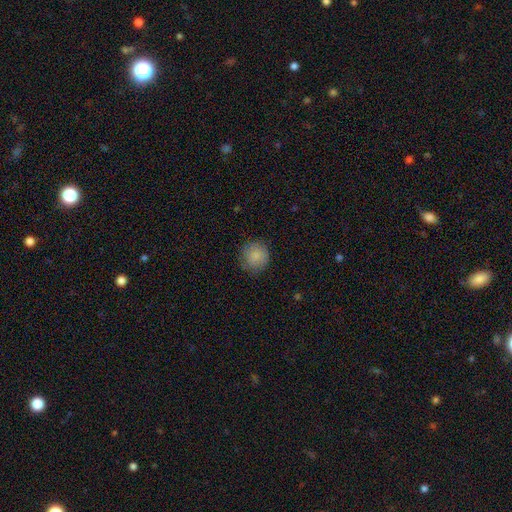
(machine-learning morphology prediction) smooth_or_featured: smooth (p=0.86) [alt: star or artifact p=0.08]
how_rounded: round (p=0.91) [alt: in between p=0.08]
merging: none (p=0.82) [alt: minor disturbance p=0.13]